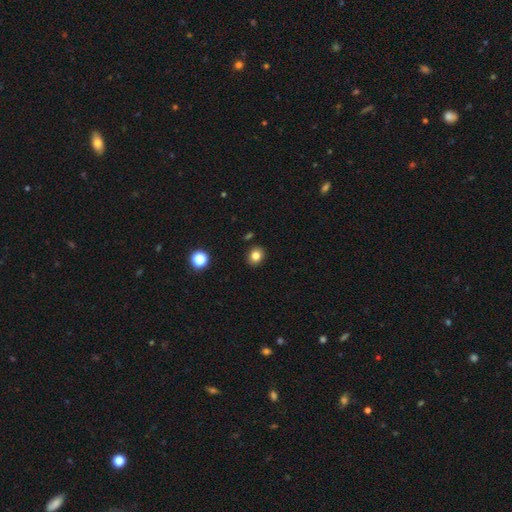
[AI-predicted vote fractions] Smooth or featured: smooth — 82% (star or artifact — 12%)
How rounded: round — 62% (in between — 37%)
Merging: none — 89% (minor disturbance — 7%)